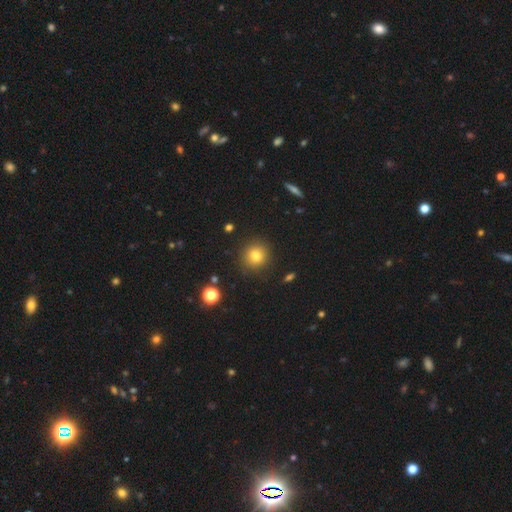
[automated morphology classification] Q: Smooth or featured?
A: smooth (80%); runner-up: star or artifact (12%)
Q: How rounded?
A: round (90%); runner-up: in between (9%)
Q: Merging?
A: none (88%); runner-up: minor disturbance (8%)